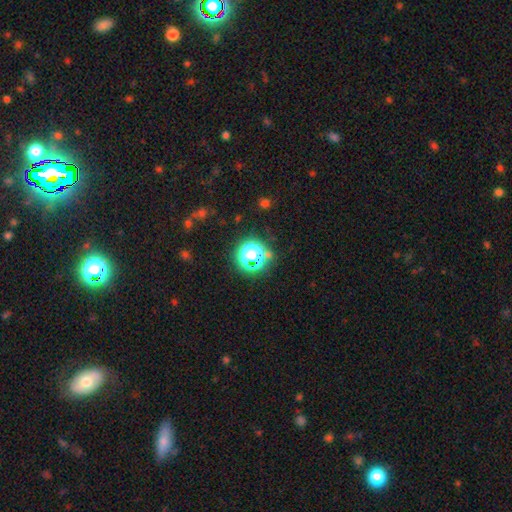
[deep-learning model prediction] A star or artifact, not a galaxy (62%).

Vote fractions:
- Smooth or featured? star or artifact: 62% / smooth: 29% / featured or disk: 9%